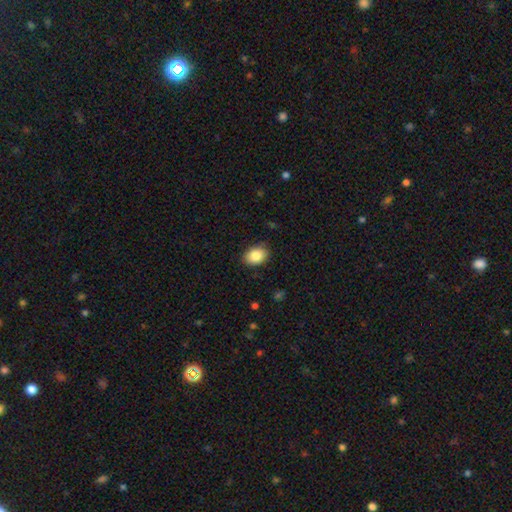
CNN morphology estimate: smooth 86%, star or artifact 8%, featured or disk 6%. Down the decision tree: how rounded — in between (77%); merging — none (86%).